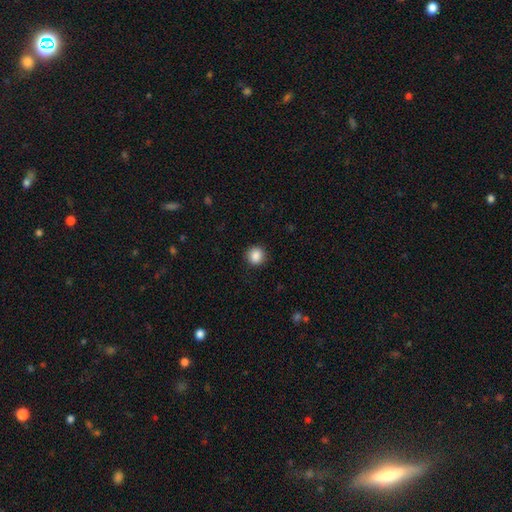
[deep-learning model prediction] Smooth or featured? Predicted: smooth (p=0.88). How rounded? Predicted: round (p=0.90). Merging? Predicted: none (p=0.90).